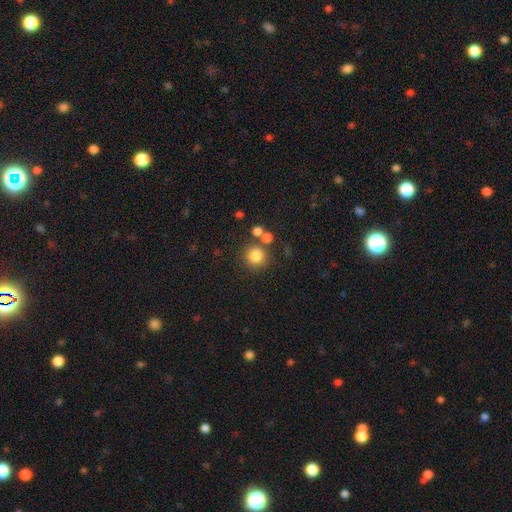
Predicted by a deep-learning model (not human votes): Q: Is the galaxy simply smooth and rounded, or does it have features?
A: smooth — 82%.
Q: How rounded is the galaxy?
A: round — 92%.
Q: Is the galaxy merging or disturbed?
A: none — 76%.